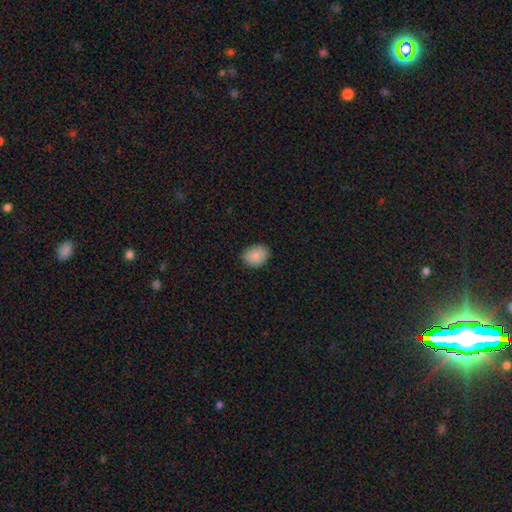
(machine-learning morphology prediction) smooth_or_featured: smooth (p=0.89) [alt: star or artifact p=0.07]
how_rounded: in between (p=0.57) [alt: round p=0.42]
merging: none (p=0.87) [alt: minor disturbance p=0.10]